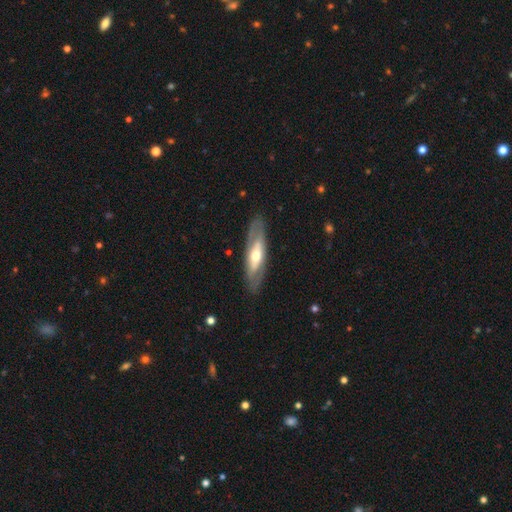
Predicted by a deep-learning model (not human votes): This appears to be a featured or disk galaxy (59%). Merging: none (83%).